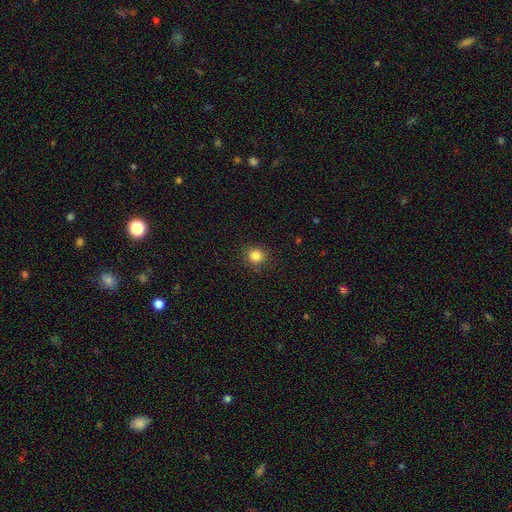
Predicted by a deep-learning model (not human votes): This is clearly a smooth galaxy (84%). How rounded: clearly round (88%). Merging: clearly none (90%).